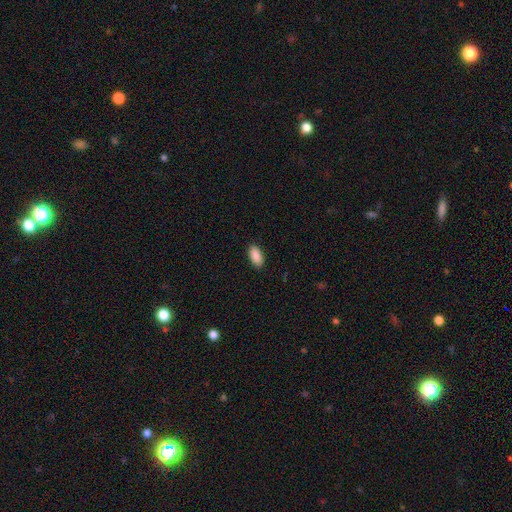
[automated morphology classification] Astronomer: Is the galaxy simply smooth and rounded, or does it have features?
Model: smooth — 91%.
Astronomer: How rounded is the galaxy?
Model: in between — 92%.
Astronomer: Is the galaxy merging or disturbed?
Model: none — 90%.